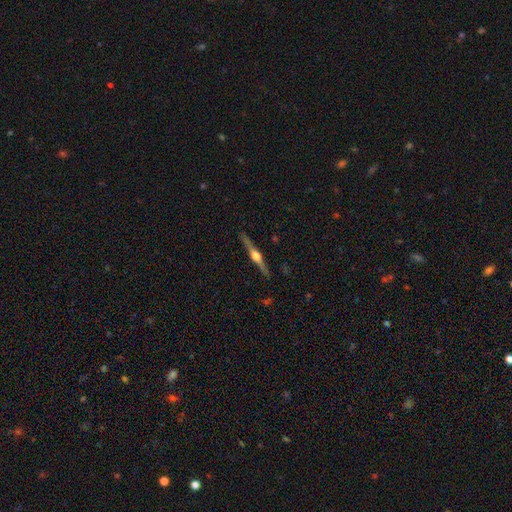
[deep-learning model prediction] The model was most divided on "smooth or featured": featured or disk: 82%, smooth: 13%, star or artifact: 5%. More confident: edge-on disk — yes (98%); edge-on bulge — rounded (93%); merging — none (90%).